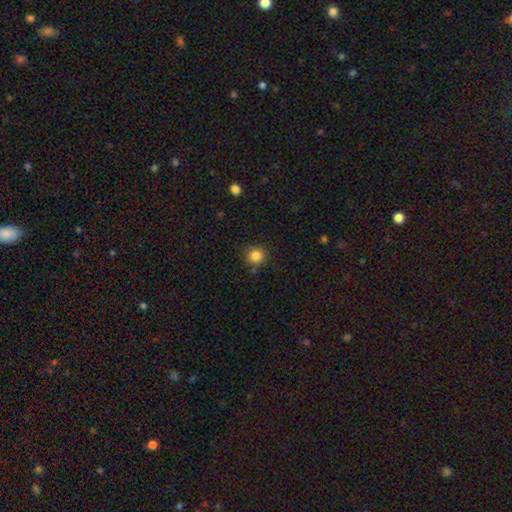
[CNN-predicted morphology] Overall: smooth (85%). How rounded: round (91%). Merging: none (82%).